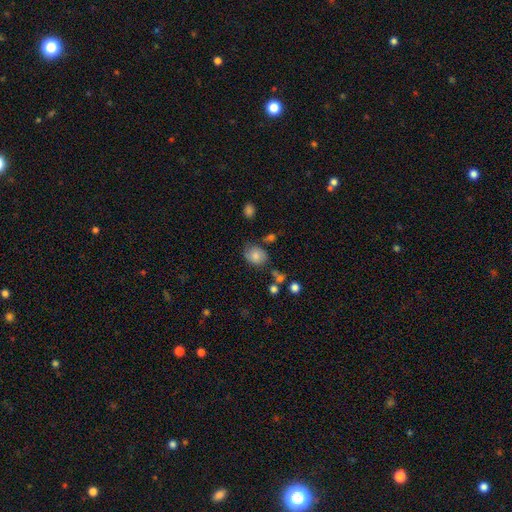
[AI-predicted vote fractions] Smooth or featured? Predicted: smooth (p=0.71). How rounded? Predicted: round (p=0.51). Merging? Predicted: none (p=0.63).